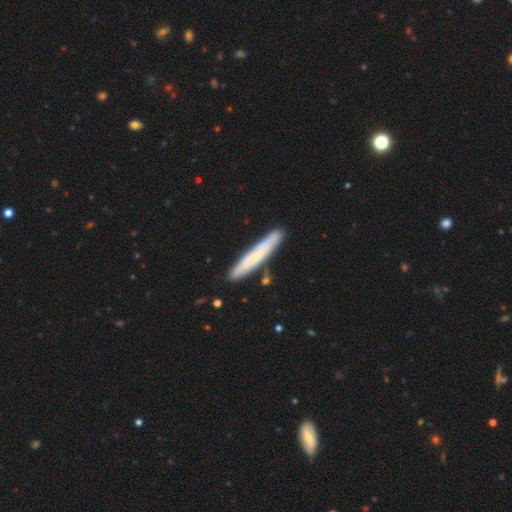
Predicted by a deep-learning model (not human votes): smooth-or-featured: smooth: 56% | featured or disk: 38% | star or artifact: 6%
  how-rounded: cigar-shaped: 94% | in between: 5% | round: 1%
  merging: none: 85% | minor disturbance: 10% | merger: 3% | major disturbance: 2%